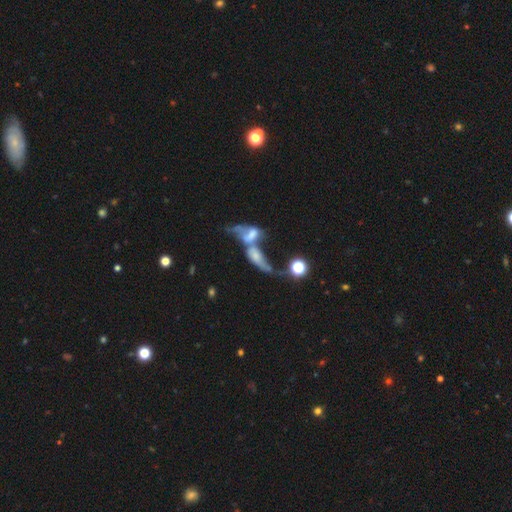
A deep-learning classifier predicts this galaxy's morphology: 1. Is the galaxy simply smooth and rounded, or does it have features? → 49% featured or disk, 39% smooth, 12% star or artifact.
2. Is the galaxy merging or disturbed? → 78% merger, 11% major disturbance, 7% none, 5% minor disturbance.